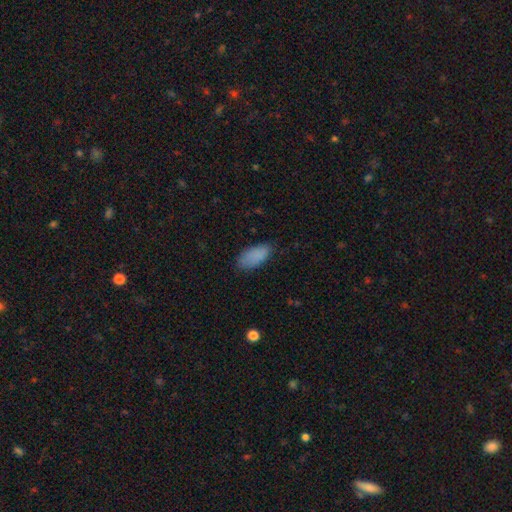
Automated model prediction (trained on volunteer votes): smooth 88%, star or artifact 7%, featured or disk 5%. Down the decision tree: how rounded — in between (91%); merging — none (77%).